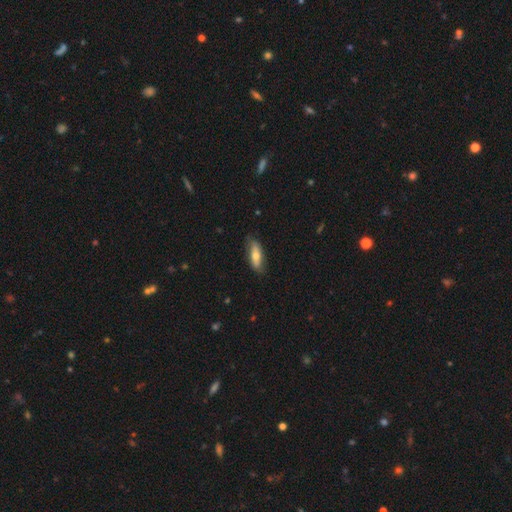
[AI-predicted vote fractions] smooth_or_featured: smooth (p=0.63) [alt: featured or disk p=0.31]
how_rounded: in between (p=0.61) [alt: cigar-shaped p=0.36]
merging: none (p=0.79) [alt: minor disturbance p=0.17]